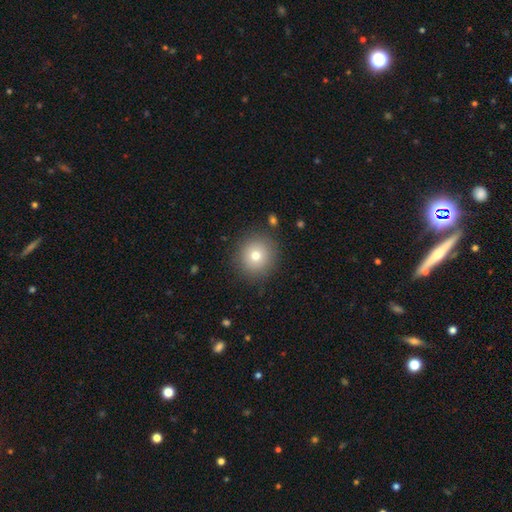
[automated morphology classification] This appears to be a smooth galaxy with no disk features (76%) that is round (92%). Merging: none (88%).